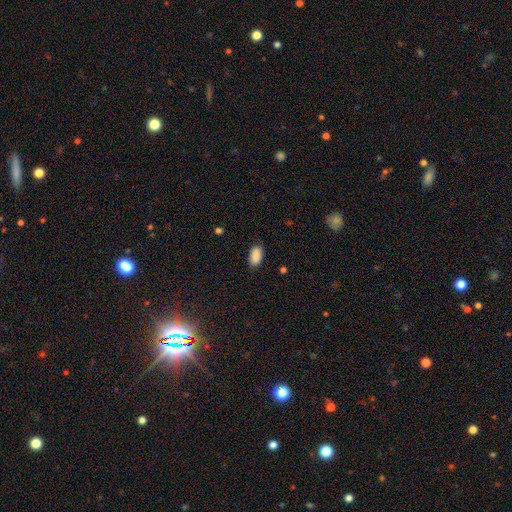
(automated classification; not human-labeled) A smooth galaxy with no disk features (89%) that is in between round and cigar-shaped (94%).

Vote fractions:
- Smooth or featured? smooth: 89% / star or artifact: 7% / featured or disk: 3%
- How rounded? in between: 94% / round: 4% / cigar-shaped: 2%
- Merging? none: 84% / minor disturbance: 13% / major disturbance: 3% / merger: 1%